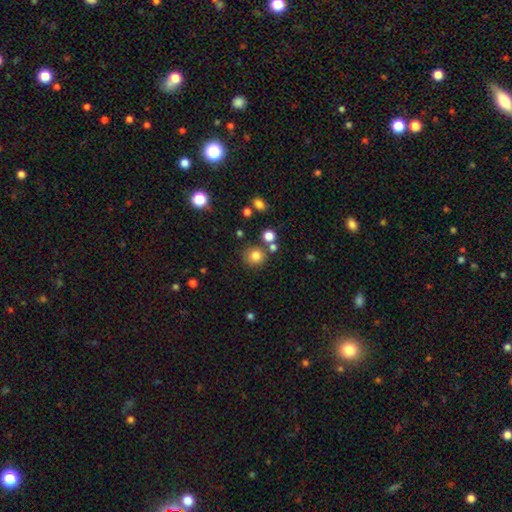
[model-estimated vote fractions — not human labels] A smooth galaxy with no disk features (80%) that is round (88%).

Vote fractions:
- Smooth or featured? smooth: 80% / star or artifact: 13% / featured or disk: 7%
- How rounded? round: 88% / in between: 12% / cigar-shaped: 1%
- Merging? none: 74% / merger: 12% / minor disturbance: 11% / major disturbance: 4%